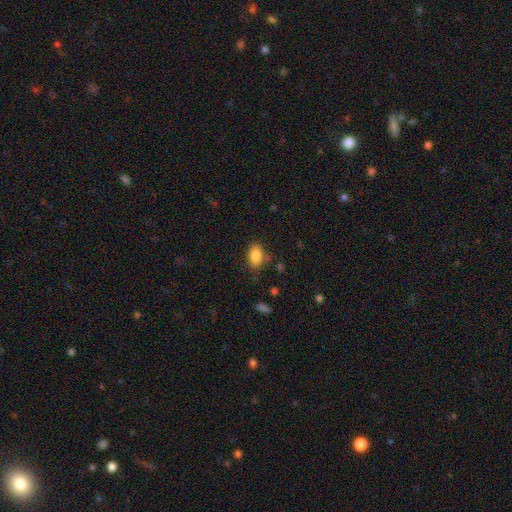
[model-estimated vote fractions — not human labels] Smooth or featured? smooth (86%)
How rounded? in between (88%)
Merging? none (75%)